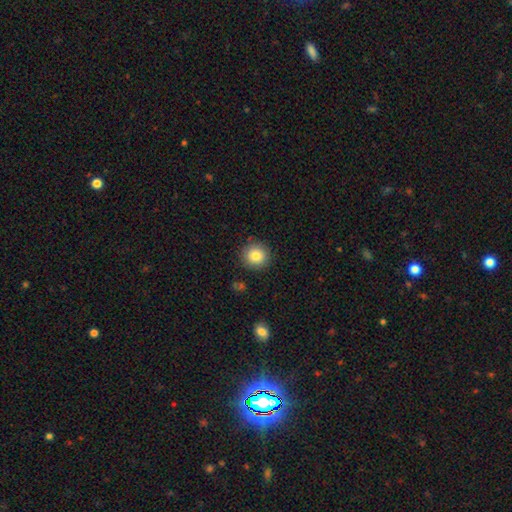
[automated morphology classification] type=smooth (83%); roundness=round (93%); merging=none (89%).